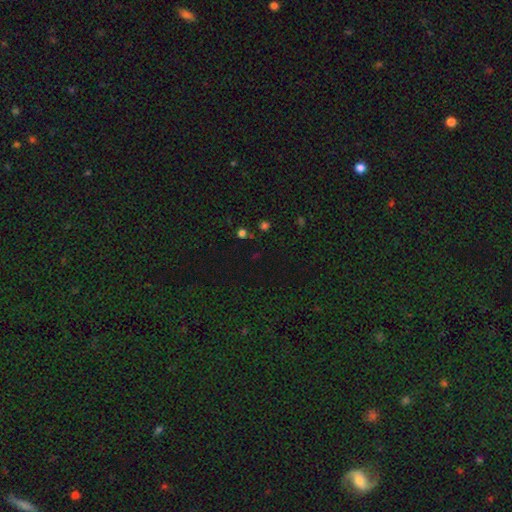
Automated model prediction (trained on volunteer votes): smooth-or-featured: star or artifact: 54% | smooth: 39% | featured or disk: 7%